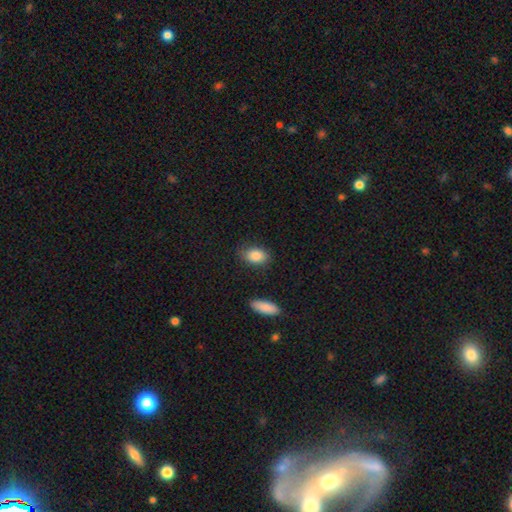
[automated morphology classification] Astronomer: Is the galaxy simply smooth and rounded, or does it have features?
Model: smooth — 87%.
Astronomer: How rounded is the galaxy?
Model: in between — 84%.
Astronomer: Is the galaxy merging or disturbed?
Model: none — 81%.